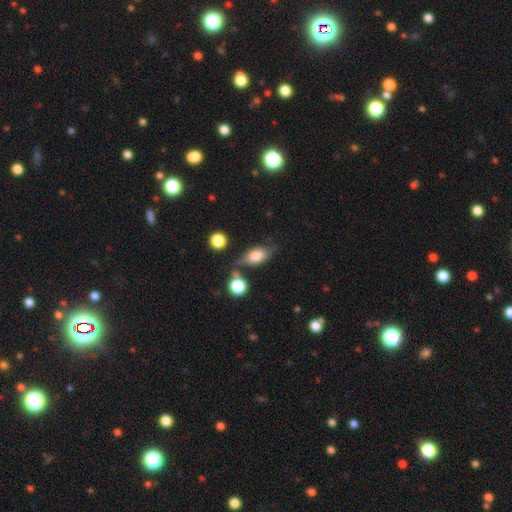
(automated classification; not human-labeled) Morphology: type=smooth (63%); roundness=in between (80%); merging=none (57%).